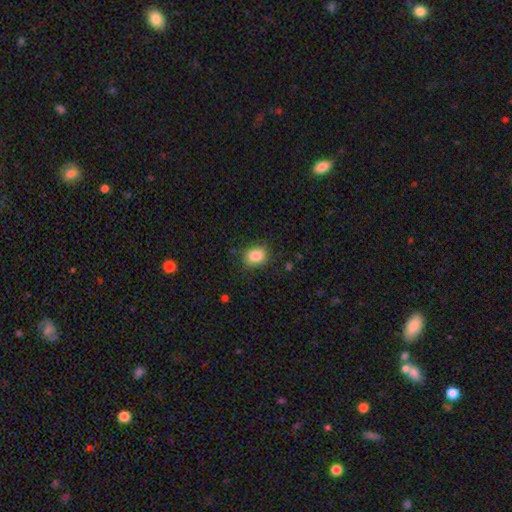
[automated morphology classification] A smooth galaxy with no disk features (86%) that is in between round and cigar-shaped (58%).

Vote fractions:
- Smooth or featured? smooth: 86% / star or artifact: 9% / featured or disk: 5%
- How rounded? in between: 58% / round: 41% / cigar-shaped: 1%
- Merging? none: 81% / minor disturbance: 14% / major disturbance: 4% / merger: 1%